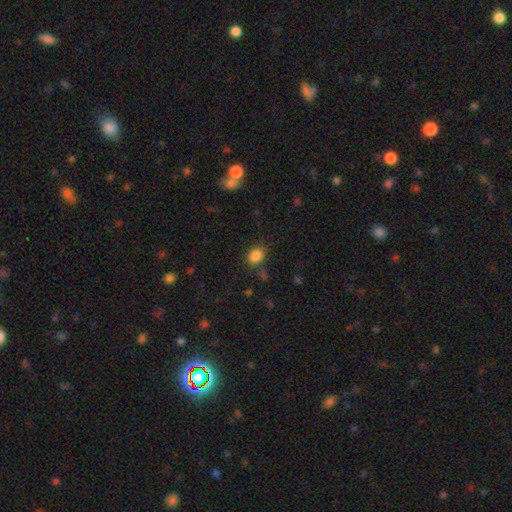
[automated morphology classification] Q: Smooth or featured?
A: smooth (85%); runner-up: star or artifact (11%)
Q: How rounded?
A: in between (53%); runner-up: round (46%)
Q: Merging?
A: none (75%); runner-up: minor disturbance (16%)